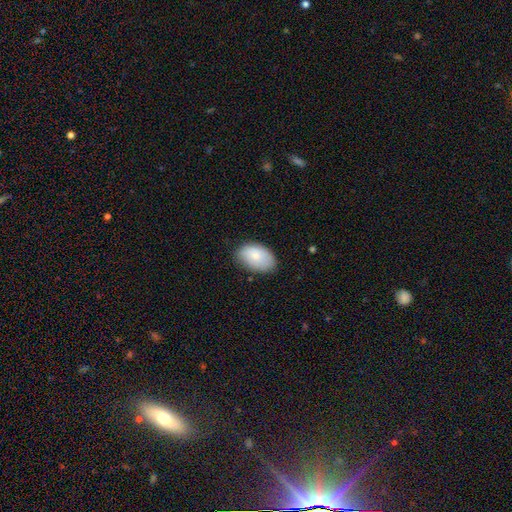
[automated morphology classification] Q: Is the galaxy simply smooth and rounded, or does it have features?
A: smooth — 80%.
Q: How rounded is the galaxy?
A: in between — 91%.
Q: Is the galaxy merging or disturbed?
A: none — 76%.